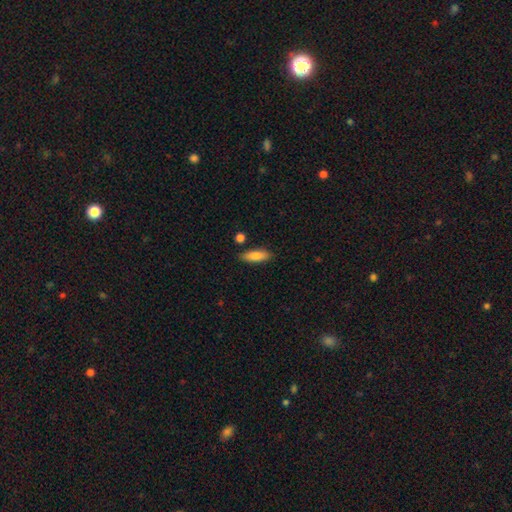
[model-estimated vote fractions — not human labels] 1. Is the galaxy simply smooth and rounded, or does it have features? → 83% smooth, 10% featured or disk, 6% star or artifact.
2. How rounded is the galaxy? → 62% in between, 35% cigar-shaped, 2% round.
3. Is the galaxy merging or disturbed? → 83% none, 11% minor disturbance, 4% merger, 2% major disturbance.